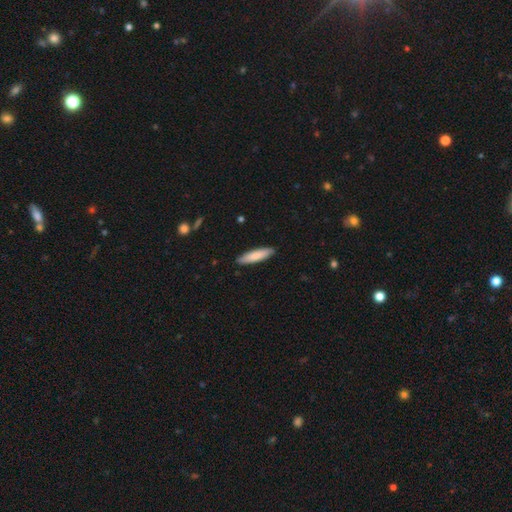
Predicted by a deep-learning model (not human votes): The model was most divided on "how rounded": cigar-shaped: 70%, in between: 29%, round: 1%. More confident: merging — none (89%); smooth or featured — smooth (82%).